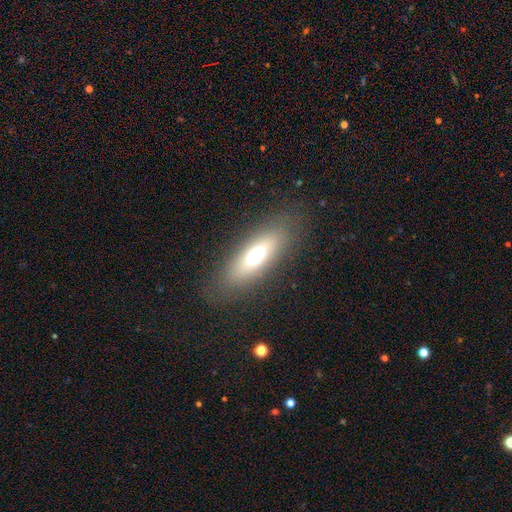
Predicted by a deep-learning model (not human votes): Smooth or featured: smooth — 63% (featured or disk — 28%)
How rounded: in between — 57% (cigar-shaped — 41%)
Merging: none — 84% (minor disturbance — 10%)